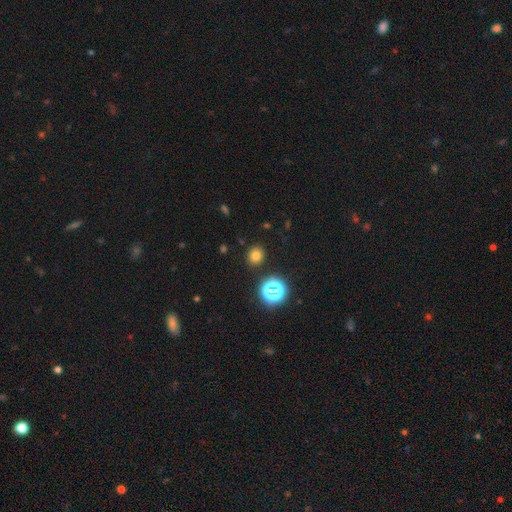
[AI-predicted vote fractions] A smooth galaxy with no disk features (72%) that is round (76%). Merging: none (88%).